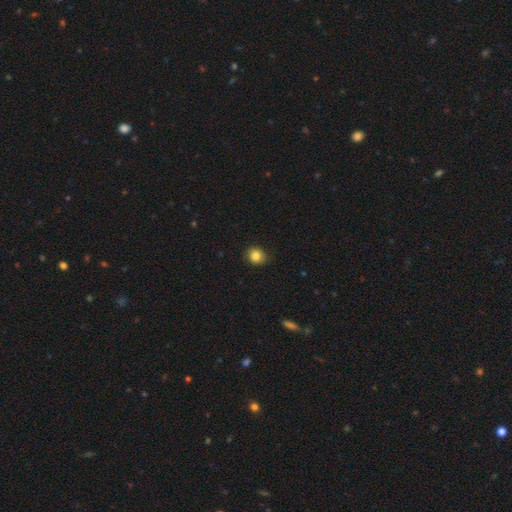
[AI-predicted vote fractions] Smooth or featured?
  - smooth: 85% *
  - star or artifact: 10%
  - featured or disk: 6%
How rounded?
  - round: 79% *
  - in between: 20%
  - cigar-shaped: 1%
Merging?
  - none: 84% *
  - minor disturbance: 12%
  - major disturbance: 2%
  - merger: 1%